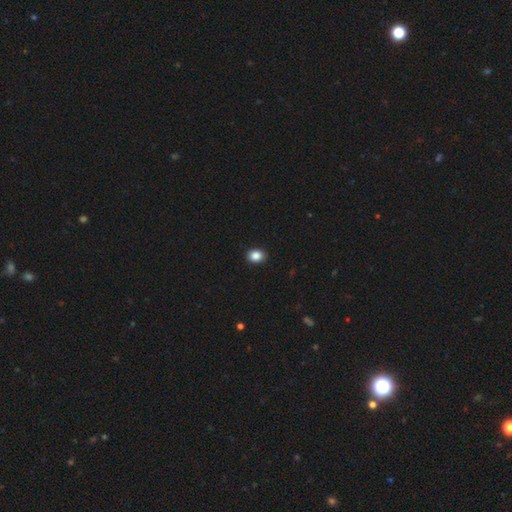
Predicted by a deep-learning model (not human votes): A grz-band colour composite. It shows a smooth galaxy with no disk features (88%) that is round (53%). Merging: none (91%).